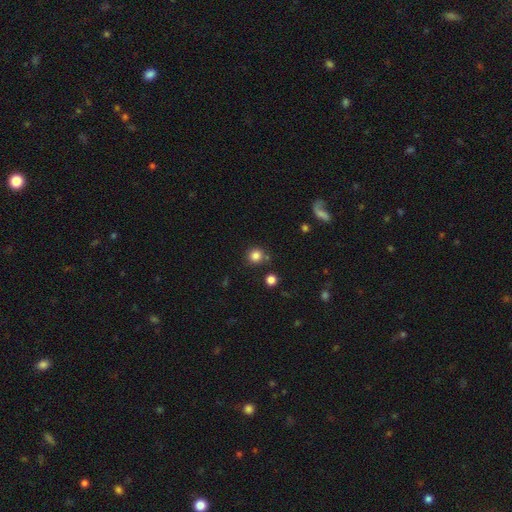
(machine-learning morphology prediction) smooth_or_featured: smooth (p=0.83) [alt: star or artifact p=0.13]
how_rounded: round (p=0.91) [alt: in between p=0.08]
merging: none (p=0.81) [alt: minor disturbance p=0.08]